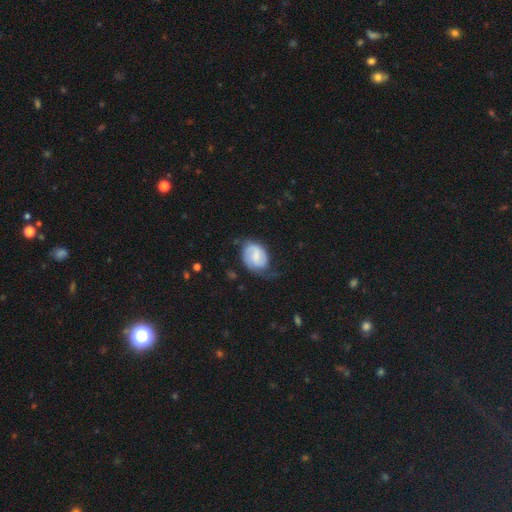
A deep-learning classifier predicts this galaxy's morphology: Smooth or featured? featured or disk (55%)
Edge-on disk? no (98%)
Bar? weak (52%)
Spiral arms? yes (88%)
Bulge size? small (38%)
Merging? none (47%)